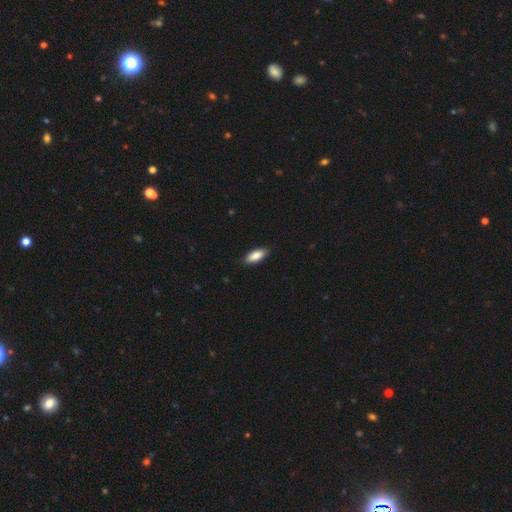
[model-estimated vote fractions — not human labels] This appears to be a smooth galaxy with no disk features (86%) that is in between round and cigar-shaped (82%). Merging: none (87%).